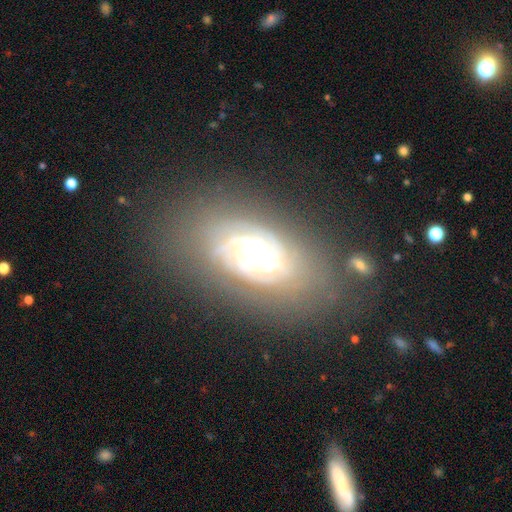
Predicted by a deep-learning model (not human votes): Smooth or featured?
  - featured or disk: 82% *
  - smooth: 10%
  - star or artifact: 7%
Edge-on disk?
  - no: 95% *
  - yes: 5%
Bar?
  - no: 67% *
  - weak: 24%
  - strong: 9%
Spiral arms?
  - yes: 94% *
  - no: 6%
Spiral winding?
  - tight: 72% *
  - medium: 23%
  - loose: 5%
Spiral arm count?
  - can't tell: 31% *
  - 3: 26%
  - 2: 18%
  - 4: 12%
  - more than 4: 7%
  - 1: 6%
Bulge size?
  - moderate: 52% *
  - large: 32%
  - small: 10%
  - dominant: 4%
  - none: 2%
Merging?
  - none: 69% *
  - minor disturbance: 19%
  - major disturbance: 10%
  - merger: 2%